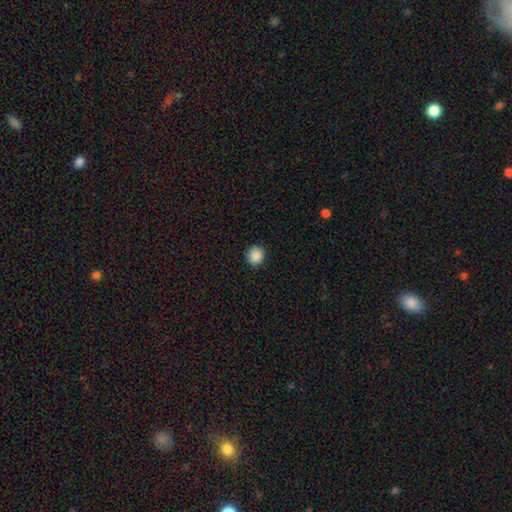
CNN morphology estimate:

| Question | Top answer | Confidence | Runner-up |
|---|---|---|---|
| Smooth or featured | smooth | 89% | star or artifact (9%) |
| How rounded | round | 89% | in between (10%) |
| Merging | none | 91% | minor disturbance (6%) |